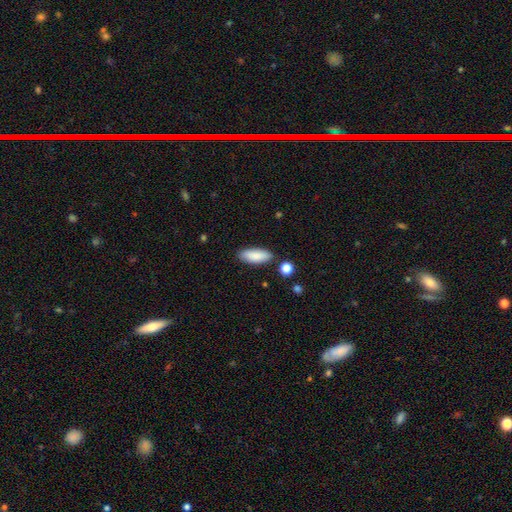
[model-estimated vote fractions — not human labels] Morphology: type=smooth (86%); roundness=in between (71%); merging=none (84%).